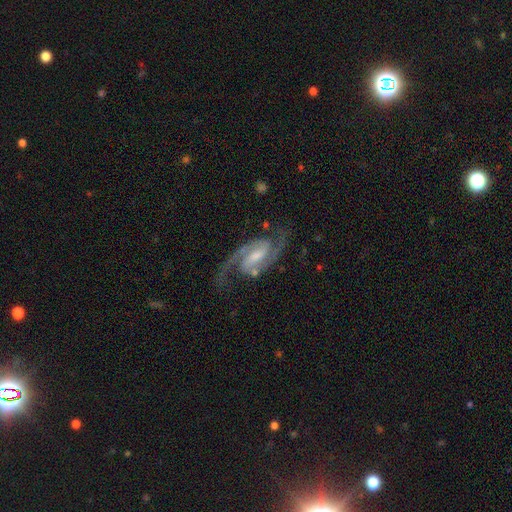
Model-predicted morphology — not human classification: smooth-or-featured: featured or disk: 92% | star or artifact: 4% | smooth: 3%
  disk-edge-on: no: 97% | yes: 3%
    bar: weak: 47% | strong: 37% | no: 16%
    has-spiral-arms: yes: 98% | no: 2%
      spiral-winding: medium: 62% | tight: 22% | loose: 15%
      spiral-arm-count: 2: 94% | can't tell: 2% | 3: 1% | 1: 1% | 4: 1% | more than 4: 1%
    bulge-size: small: 43% | moderate: 40% | none: 10% | large: 5% | dominant: 1%
  merging: none: 77% | minor disturbance: 14% | major disturbance: 6% | merger: 2%